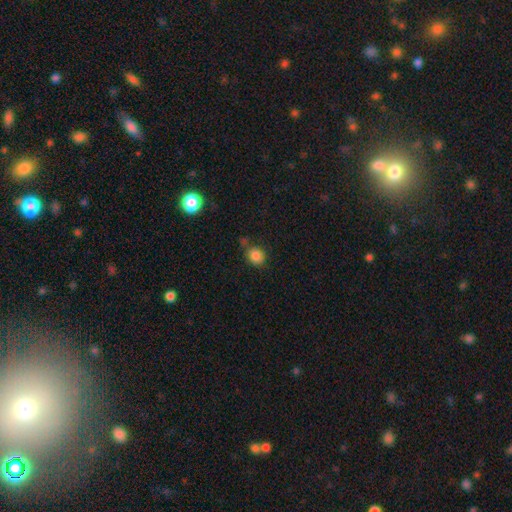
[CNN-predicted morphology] smooth 85%, star or artifact 11%, featured or disk 4%. Down the decision tree: how rounded — round (71%); merging — none (70%).